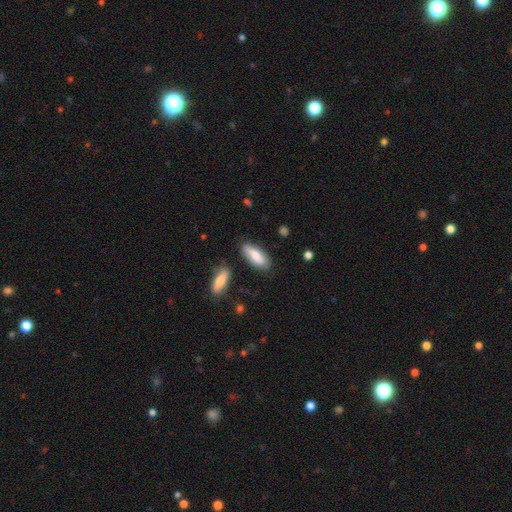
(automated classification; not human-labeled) A smooth galaxy with no disk features (77%) that is in between round and cigar-shaped (75%). Merging: none (75%).